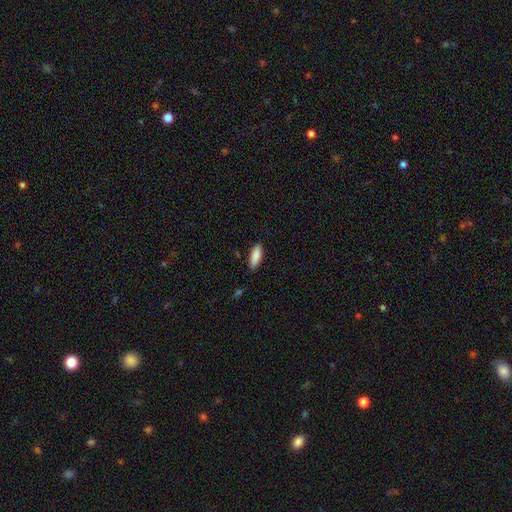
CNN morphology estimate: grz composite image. It shows a smooth galaxy with no disk features (87%) that is in between round and cigar-shaped (65%). Merging: none (86%).